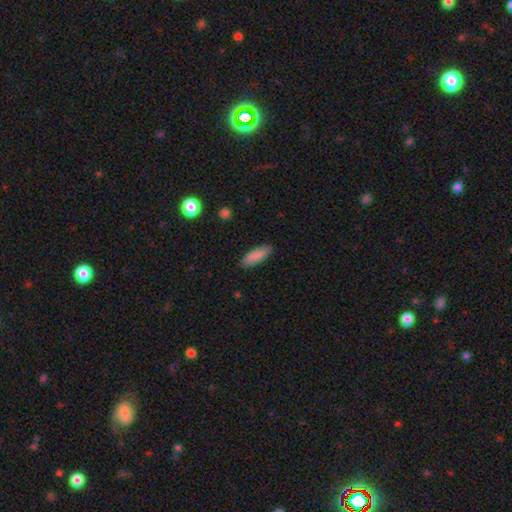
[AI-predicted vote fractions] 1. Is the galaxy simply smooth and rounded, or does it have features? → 88% smooth, 6% star or artifact, 6% featured or disk.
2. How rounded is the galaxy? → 61% in between, 37% cigar-shaped, 2% round.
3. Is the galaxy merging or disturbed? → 87% none, 10% minor disturbance, 2% major disturbance, 1% merger.